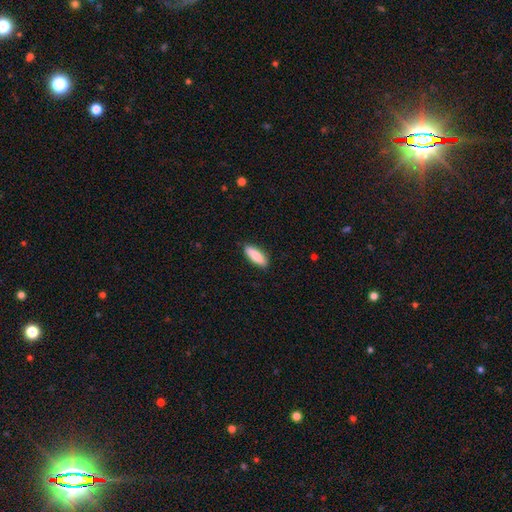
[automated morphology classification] smooth_or_featured: smooth (p=0.84) [alt: featured or disk p=0.10]
how_rounded: in between (p=0.60) [alt: cigar-shaped p=0.38]
merging: none (p=0.89) [alt: minor disturbance p=0.09]